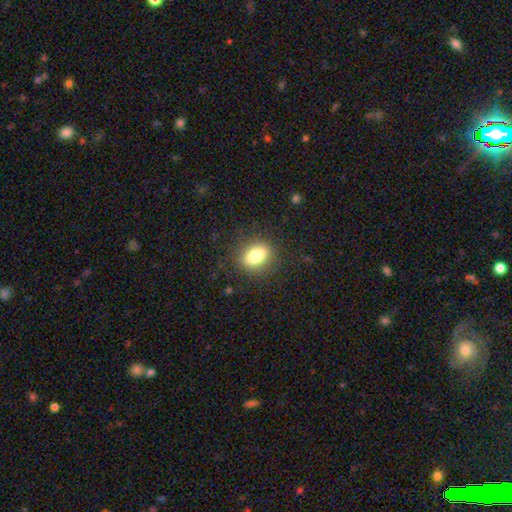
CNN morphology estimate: Smooth or featured: smooth — 81% (featured or disk — 9%)
How rounded: in between — 72% (round — 25%)
Merging: none — 85% (minor disturbance — 10%)